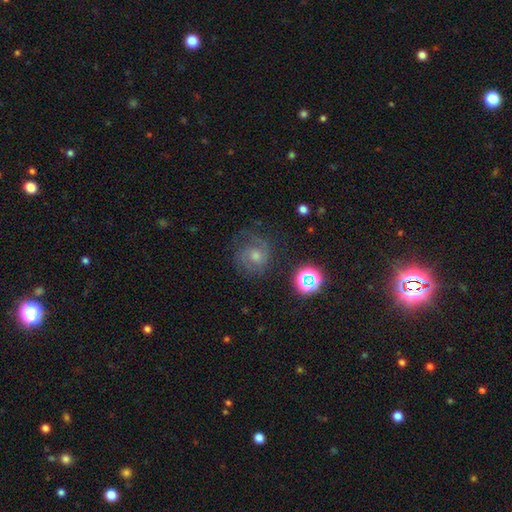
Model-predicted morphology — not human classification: Overall: featured or disk (61%; smooth 21%). Edge-on disk: no (97%). Bar: no (66%; weak 29%). Spiral arms: yes (91%). Spiral arm count: 2 (43%; can't tell 28%). Spiral winding: tight (49%; medium 39%). Bulge size: moderate (55%; small 35%). Merging: none (70%).